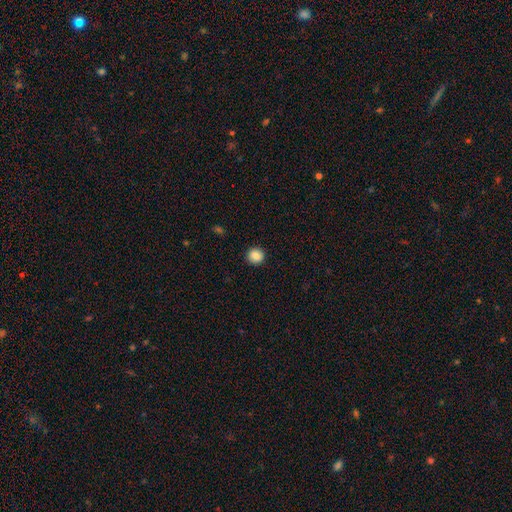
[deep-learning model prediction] Smooth or featured: smooth — 86% (star or artifact — 9%)
How rounded: round — 86% (in between — 13%)
Merging: none — 90% (minor disturbance — 7%)